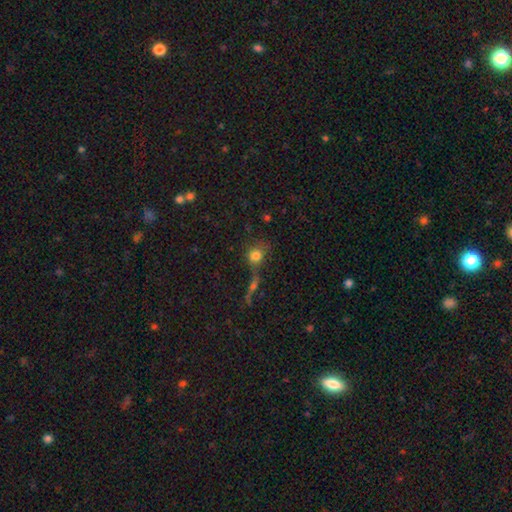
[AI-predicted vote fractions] The model was most divided on "merging": none: 45%, merger: 32%, minor disturbance: 13%, major disturbance: 10%. More confident: smooth or featured — smooth (75%); how rounded — round (74%).